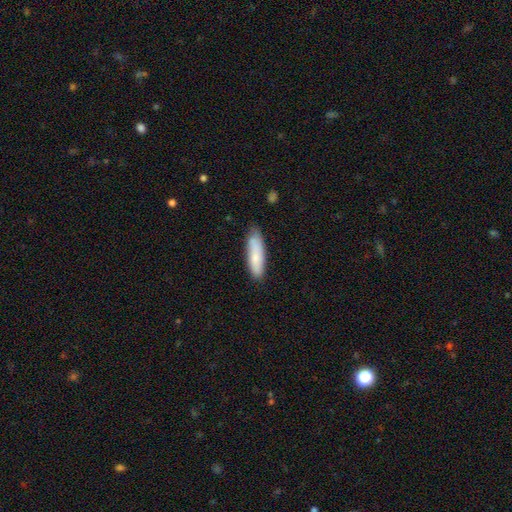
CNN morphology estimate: A smooth galaxy with no disk features (78%) that is cigar-shaped (60%).

Vote fractions:
- Smooth or featured? smooth: 78% / featured or disk: 16% / star or artifact: 6%
- How rounded? cigar-shaped: 60% / in between: 39% / round: 2%
- Merging? none: 77% / minor disturbance: 18% / major disturbance: 3% / merger: 2%